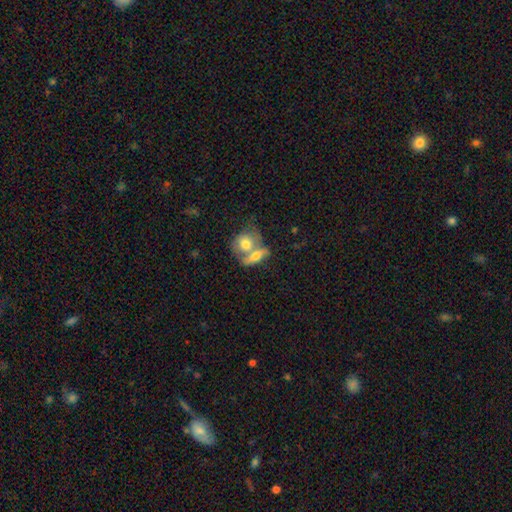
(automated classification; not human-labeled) Smooth or featured? Predicted: smooth (p=0.55). How rounded? Predicted: in between (p=0.53). Merging? Predicted: merger (p=0.57).